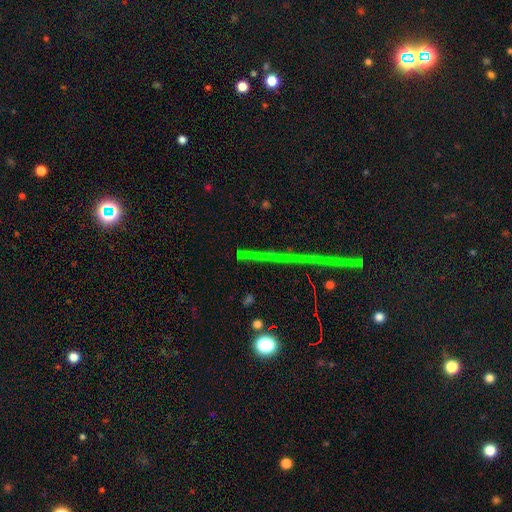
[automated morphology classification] Smooth or featured? star or artifact (74%)